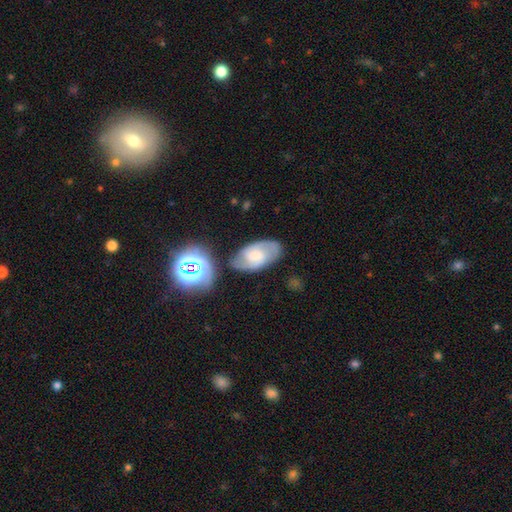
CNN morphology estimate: Smooth or featured?
  - featured or disk: 61% *
  - smooth: 31%
  - star or artifact: 8%
Edge-on disk?
  - no: 95% *
  - yes: 5%
Bar?
  - no: 46% *
  - weak: 45%
  - strong: 10%
Spiral arms?
  - yes: 90% *
  - no: 10%
Spiral winding?
  - medium: 49% *
  - tight: 32%
  - loose: 19%
Spiral arm count?
  - 2: 75% *
  - can't tell: 14%
  - 3: 5%
  - 1: 2%
  - 4: 2%
  - more than 4: 1%
Bulge size?
  - small: 42% *
  - moderate: 40%
  - large: 8%
  - none: 7%
  - dominant: 2%
Merging?
  - none: 70% *
  - minor disturbance: 17%
  - merger: 8%
  - major disturbance: 5%